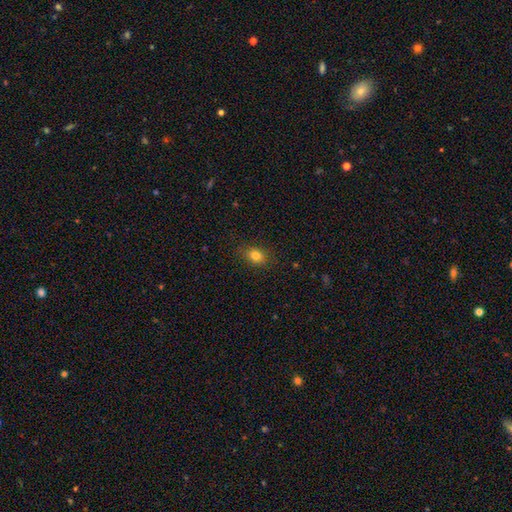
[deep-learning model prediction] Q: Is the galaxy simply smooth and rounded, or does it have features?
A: smooth — 81%.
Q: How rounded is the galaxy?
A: in between — 60%.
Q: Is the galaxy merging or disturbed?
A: none — 85%.